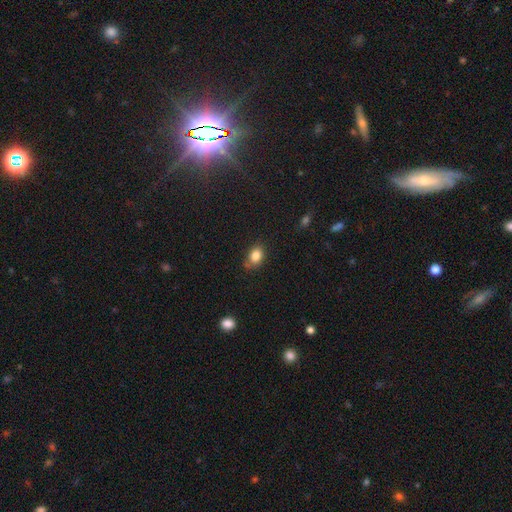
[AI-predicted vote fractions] Smooth or featured: smooth — 84% (star or artifact — 10%)
How rounded: in between — 67% (round — 32%)
Merging: none — 71% (minor disturbance — 21%)